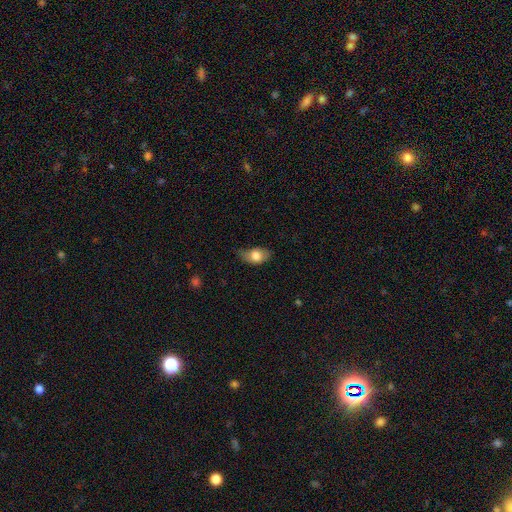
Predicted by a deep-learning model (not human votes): This appears to be a smooth galaxy with no disk features (76%) that is in between round and cigar-shaped (87%). Merging: none (48%).